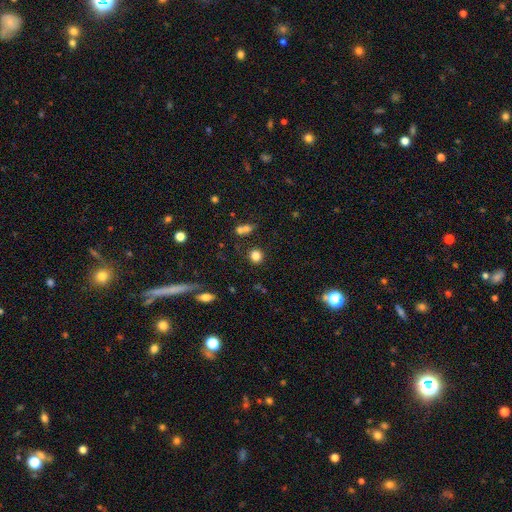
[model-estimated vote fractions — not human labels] This is clearly a smooth galaxy (81%). How rounded: clearly round (84%). Merging: likely none (79%).